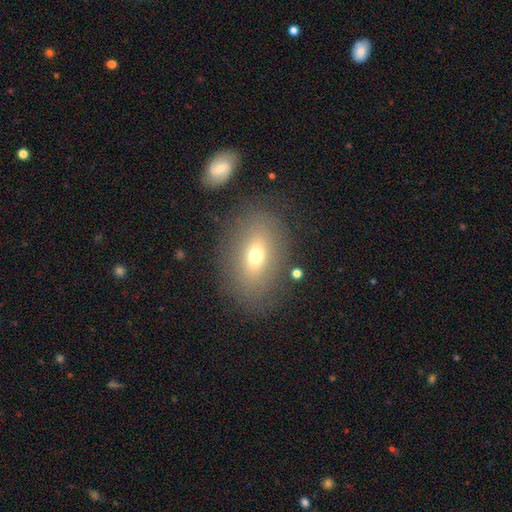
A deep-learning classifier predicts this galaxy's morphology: smooth 63%, featured or disk 24%, star or artifact 13%. Down the decision tree: how rounded — in between (75%); merging — none (77%).